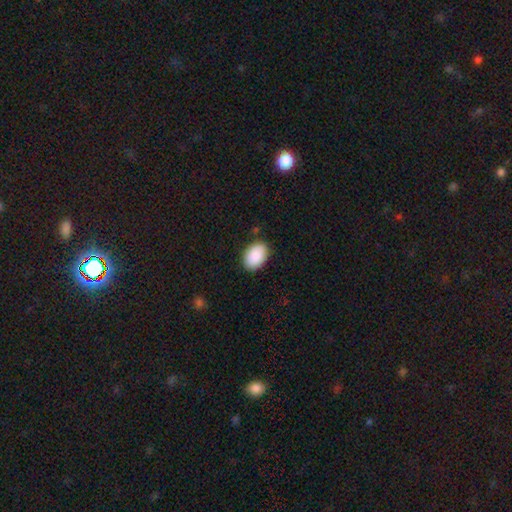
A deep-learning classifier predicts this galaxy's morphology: A smooth galaxy with no disk features (90%) that is in between round and cigar-shaped (87%). Merging: none (87%).